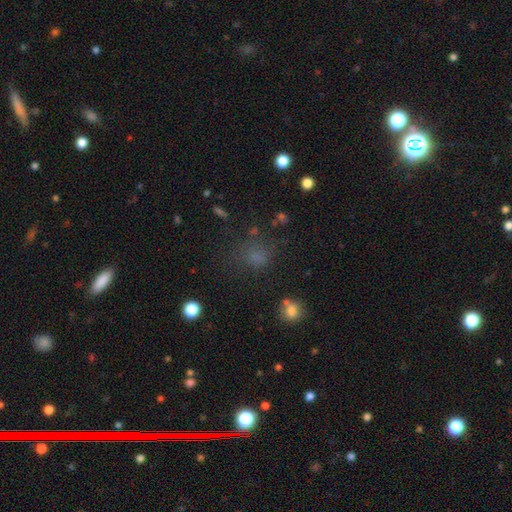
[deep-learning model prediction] A smooth galaxy with no disk features (65%) that is round (63%). Merging: none (63%).